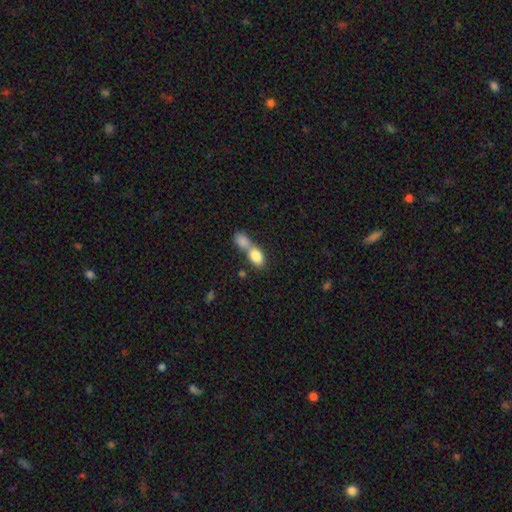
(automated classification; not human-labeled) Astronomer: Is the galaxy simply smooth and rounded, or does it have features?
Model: smooth — 82%.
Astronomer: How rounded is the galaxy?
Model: in between — 82%.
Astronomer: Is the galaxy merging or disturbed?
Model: merger — 68%.